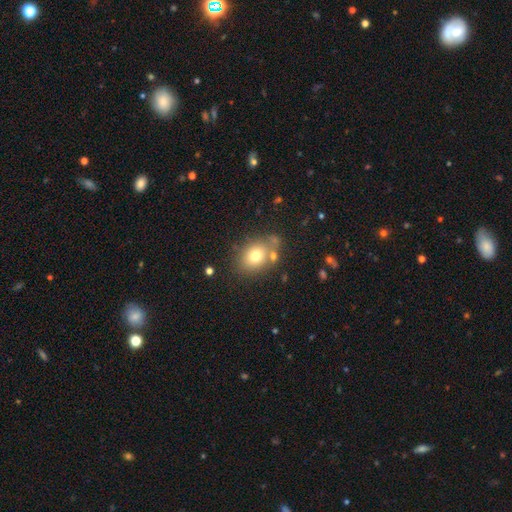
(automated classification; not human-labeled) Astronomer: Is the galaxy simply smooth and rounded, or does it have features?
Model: smooth — 73%.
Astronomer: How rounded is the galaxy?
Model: in between — 55% (runner-up: round, 44%).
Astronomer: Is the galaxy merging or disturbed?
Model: none — 67%.